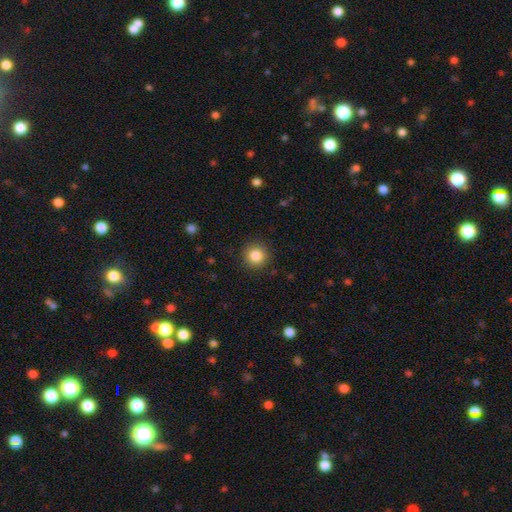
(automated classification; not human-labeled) A smooth galaxy with no disk features (85%) that is round (94%). Merging: none (90%).